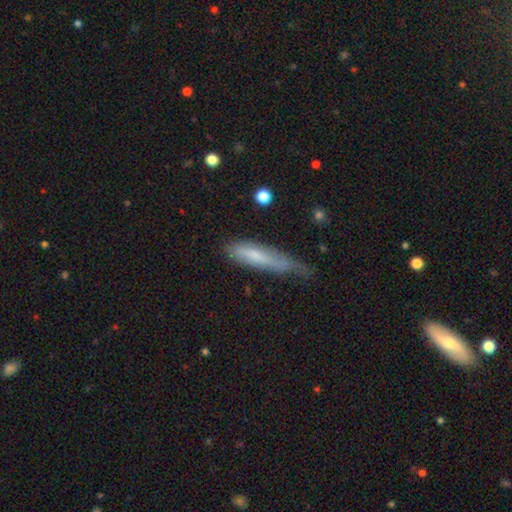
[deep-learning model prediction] smooth 64%, featured or disk 30%, star or artifact 7%. Down the decision tree: how rounded — cigar-shaped (75%); merging — minor disturbance (43%).